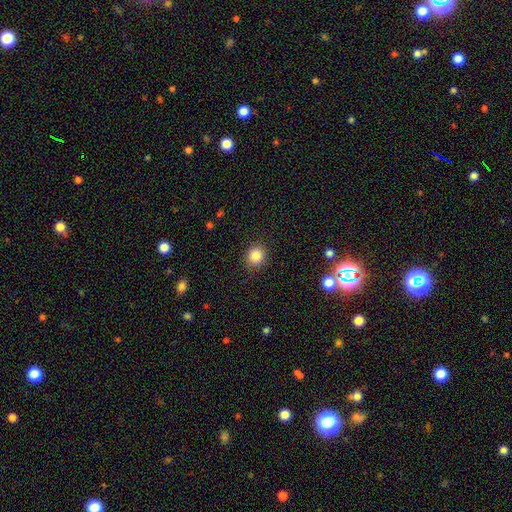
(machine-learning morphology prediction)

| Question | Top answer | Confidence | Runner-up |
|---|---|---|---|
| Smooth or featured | smooth | 85% | star or artifact (10%) |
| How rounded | round | 82% | in between (17%) |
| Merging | none | 89% | minor disturbance (7%) |